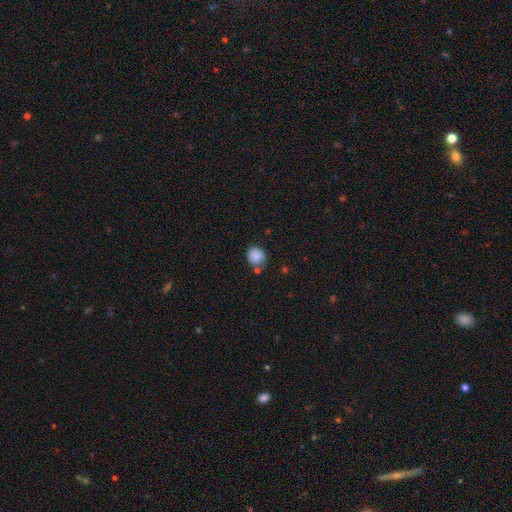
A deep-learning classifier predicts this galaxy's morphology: Q: Smooth or featured?
A: smooth (84%); runner-up: star or artifact (9%)
Q: How rounded?
A: round (83%); runner-up: in between (16%)
Q: Merging?
A: none (67%); runner-up: minor disturbance (18%)